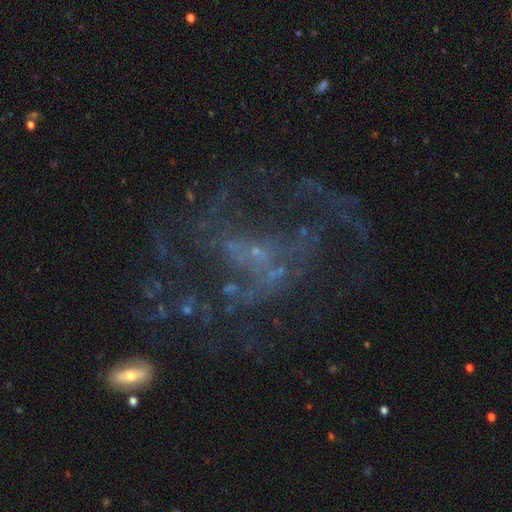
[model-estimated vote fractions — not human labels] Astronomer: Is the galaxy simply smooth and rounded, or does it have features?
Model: featured or disk — 75%.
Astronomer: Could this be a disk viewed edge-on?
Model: no — 98%.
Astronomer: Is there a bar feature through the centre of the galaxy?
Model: no — 62%.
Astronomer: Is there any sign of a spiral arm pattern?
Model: yes — 66%.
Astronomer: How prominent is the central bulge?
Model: small — 52% (runner-up: none, 38%).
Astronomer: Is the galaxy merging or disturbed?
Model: none — 47% (runner-up: major disturbance, 31%).